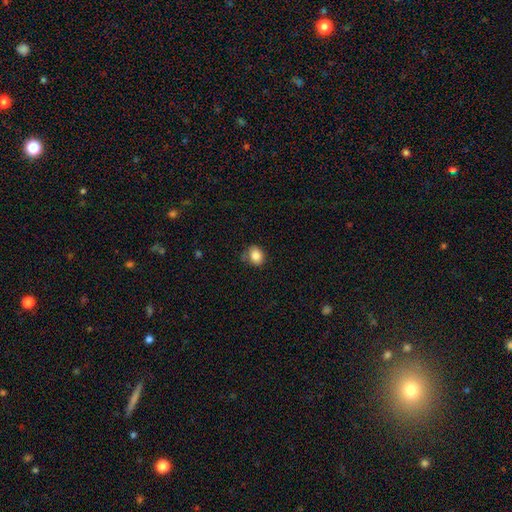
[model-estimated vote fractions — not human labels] Q: Smooth or featured?
A: smooth (85%); runner-up: star or artifact (10%)
Q: How rounded?
A: round (54%); runner-up: in between (45%)
Q: Merging?
A: none (72%); runner-up: minor disturbance (20%)